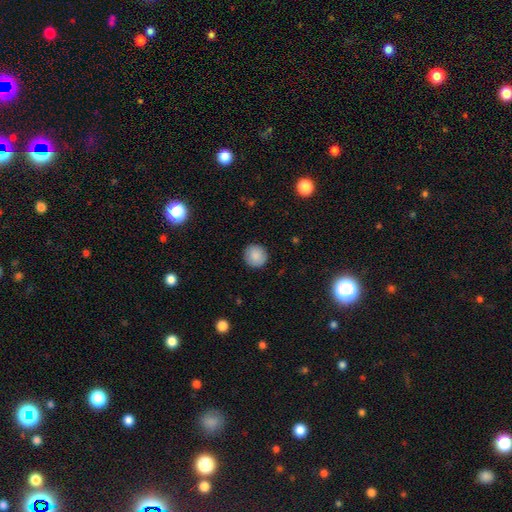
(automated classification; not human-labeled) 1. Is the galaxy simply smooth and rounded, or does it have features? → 87% smooth, 8% star or artifact, 5% featured or disk.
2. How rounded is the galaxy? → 94% round, 5% in between, 1% cigar-shaped.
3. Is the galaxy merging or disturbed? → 91% none, 7% minor disturbance, 2% major disturbance, 1% merger.